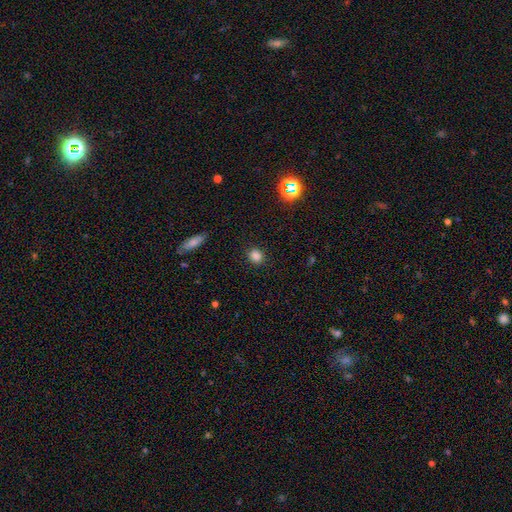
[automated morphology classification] Overall: smooth (83%). How rounded: round (64%; in between 35%). Merging: none (89%).